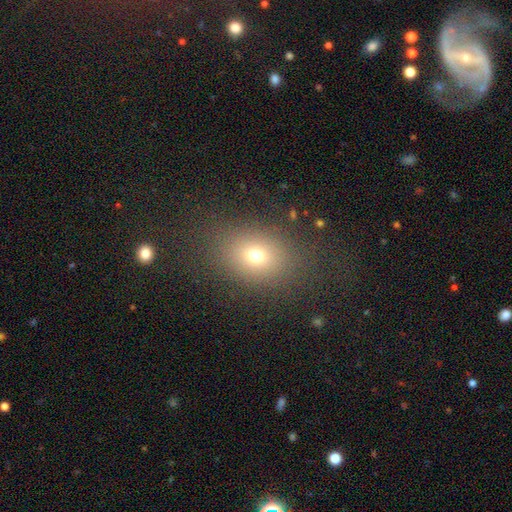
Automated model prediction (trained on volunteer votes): Overall: smooth (70%). How rounded: in between (58%; round 40%). Merging: none (81%).